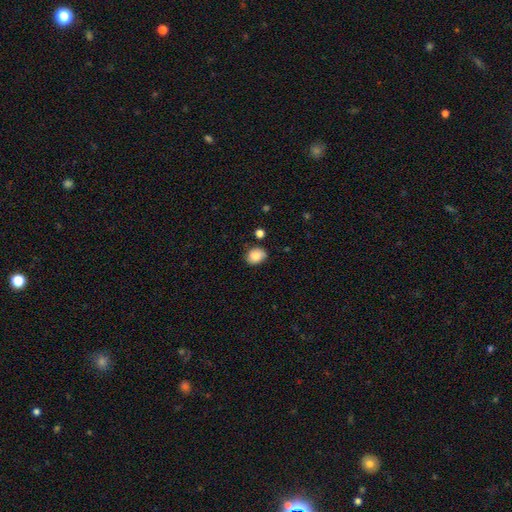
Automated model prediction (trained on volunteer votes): smooth 85%, star or artifact 8%, featured or disk 7%. Down the decision tree: how rounded — in between (60%); merging — none (75%).